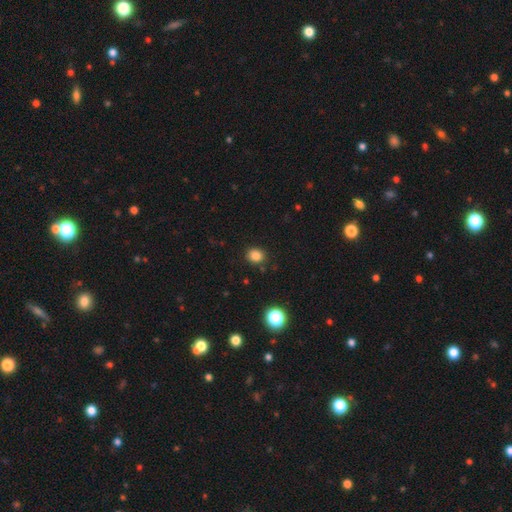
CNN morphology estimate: Smooth or featured?
  - smooth: 83% *
  - star or artifact: 13%
  - featured or disk: 4%
How rounded?
  - round: 72% *
  - in between: 27%
  - cigar-shaped: 1%
Merging?
  - none: 87% *
  - minor disturbance: 9%
  - major disturbance: 3%
  - merger: 2%